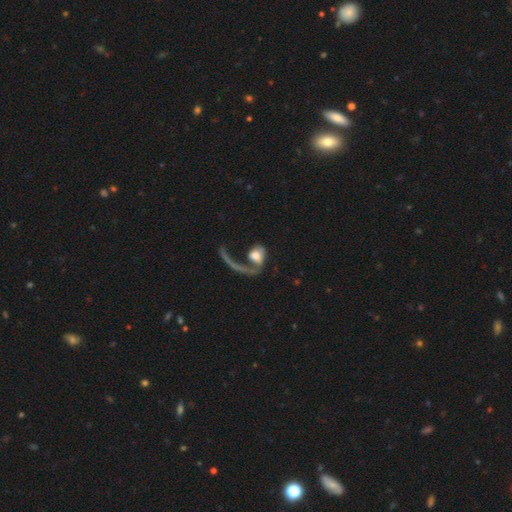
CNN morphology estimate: featured or disk 53%, smooth 39%, star or artifact 7%. Down the decision tree: edge-on disk — no (94%); bar — no (72%); spiral arms — yes (68%); bulge size — moderate (49%); merging — major disturbance (58%).